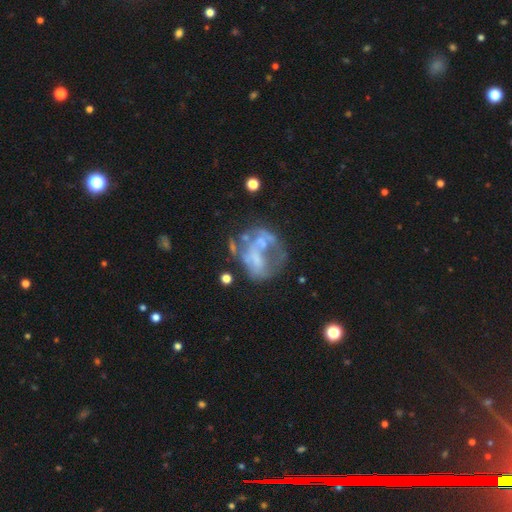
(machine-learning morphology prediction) Overall: featured or disk (65%). Edge-on disk: no (98%). Bar: no (78%). Spiral arms: no (81%). Bulge size: none (56%; small 24%). Merging: none (34%; major disturbance 33%).